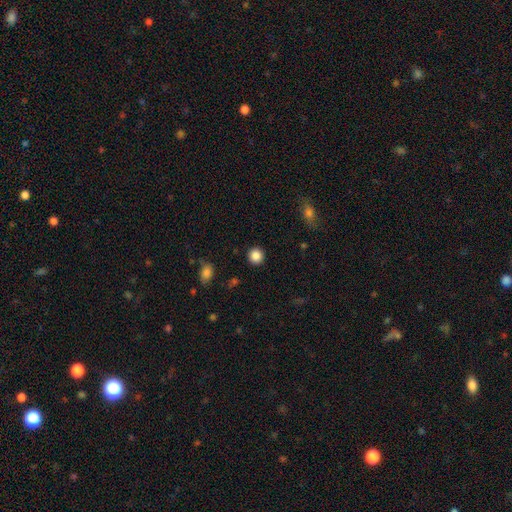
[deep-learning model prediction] Smooth or featured: smooth — 87% (star or artifact — 10%)
How rounded: round — 93% (in between — 6%)
Merging: none — 92% (minor disturbance — 5%)